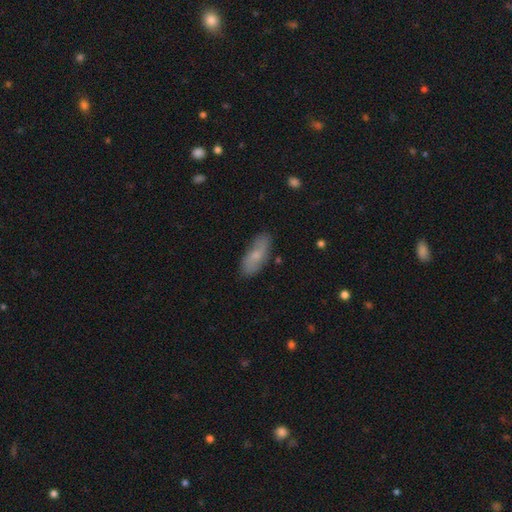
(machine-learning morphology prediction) Overall: smooth (65%; featured or disk 28%). How rounded: in between (70%). Merging: none (80%).